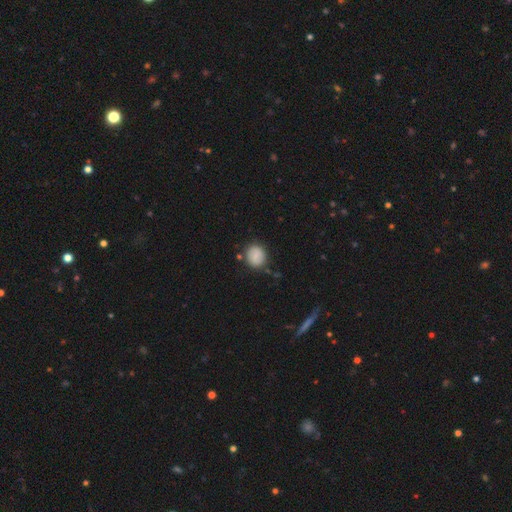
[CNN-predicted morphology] A smooth galaxy with no disk features (78%) that is round (77%).

Vote fractions:
- Smooth or featured? smooth: 78% / featured or disk: 14% / star or artifact: 8%
- How rounded? round: 77% / in between: 22% / cigar-shaped: 1%
- Merging? none: 79% / minor disturbance: 13% / merger: 4% / major disturbance: 4%